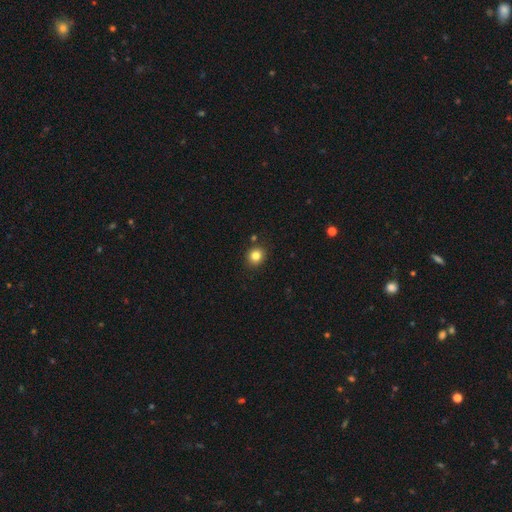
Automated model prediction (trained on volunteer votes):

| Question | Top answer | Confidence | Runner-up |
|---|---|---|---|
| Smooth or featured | smooth | 82% | star or artifact (12%) |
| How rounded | round | 83% | in between (16%) |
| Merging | none | 88% | minor disturbance (7%) |